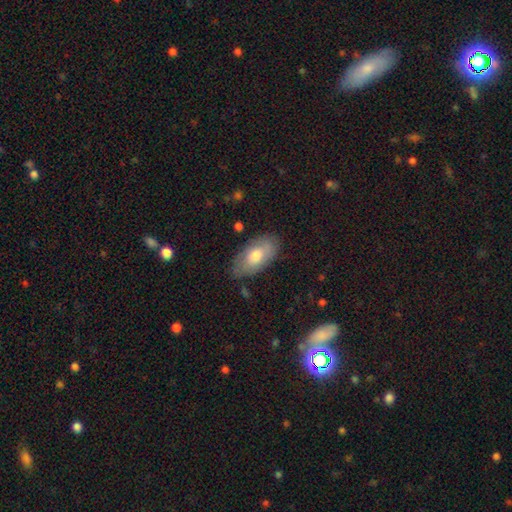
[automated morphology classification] Smooth or featured: smooth — 68% (featured or disk — 26%)
How rounded: in between — 93% (round — 3%)
Merging: none — 77% (minor disturbance — 17%)